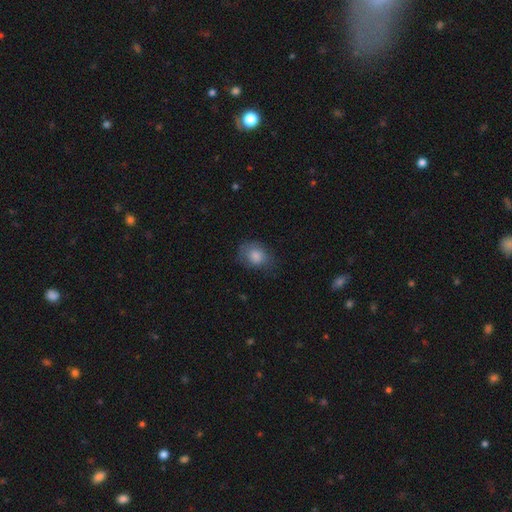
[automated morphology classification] smooth_or_featured: smooth (p=0.78) [alt: featured or disk p=0.13]
how_rounded: in between (p=0.55) [alt: round p=0.43]
merging: none (p=0.64) [alt: minor disturbance p=0.25]